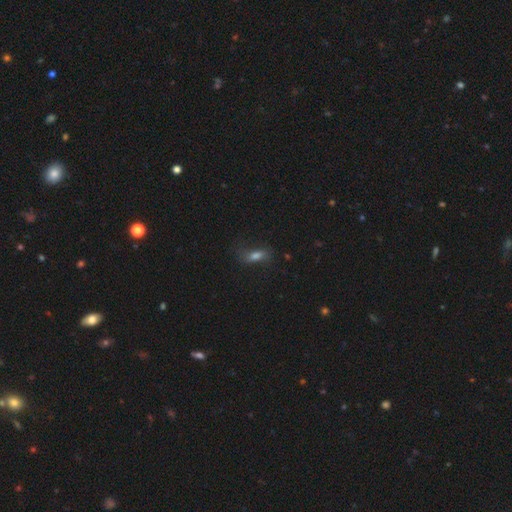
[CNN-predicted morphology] Smooth or featured? Predicted: smooth (p=0.61). How rounded? Predicted: in between (p=0.65). Merging? Predicted: none (p=0.62).